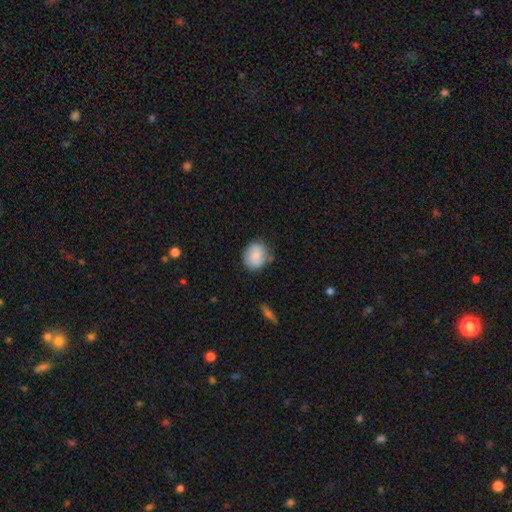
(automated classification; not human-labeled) Overall: smooth (78%). How rounded: round (74%). Merging: none (73%).